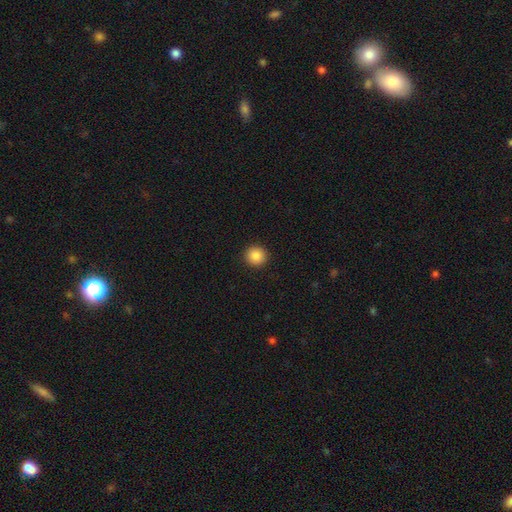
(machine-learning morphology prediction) A smooth galaxy with no disk features (87%) that is round (95%).

Vote fractions:
- Smooth or featured? smooth: 87% / star or artifact: 9% / featured or disk: 4%
- How rounded? round: 95% / in between: 5% / cigar-shaped: 1%
- Merging? none: 93% / minor disturbance: 4% / major disturbance: 2% / merger: 1%